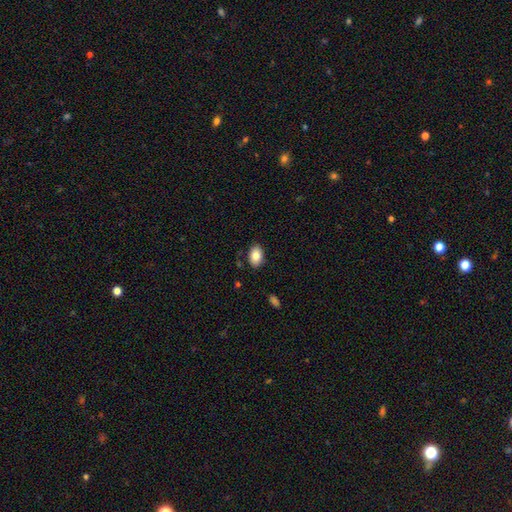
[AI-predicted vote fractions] Overall: smooth (84%). How rounded: in between (89%). Merging: none (86%).